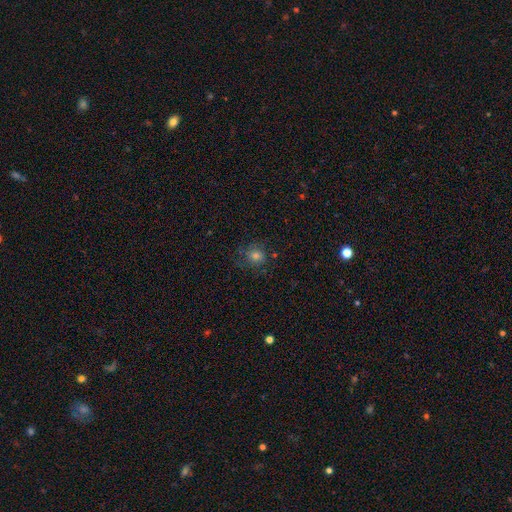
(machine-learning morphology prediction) smooth-or-featured: smooth: 63% | star or artifact: 20% | featured or disk: 17%
  how-rounded: round: 84% | in between: 15% | cigar-shaped: 1%
  merging: none: 73% | minor disturbance: 16% | major disturbance: 9% | merger: 2%